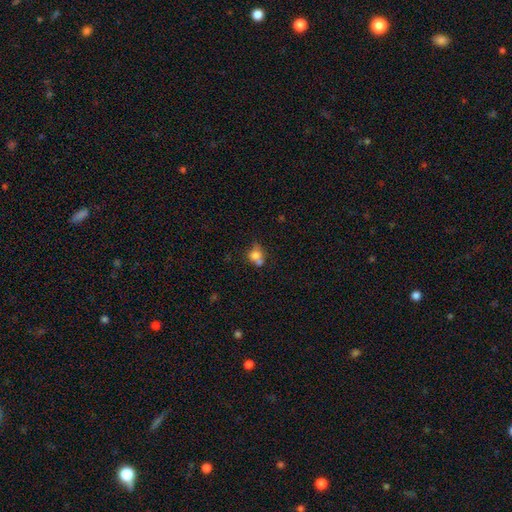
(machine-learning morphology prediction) The model was most divided on "merging": merger: 42%, none: 35%, minor disturbance: 15%, major disturbance: 7%. More confident: smooth or featured — smooth (71%); how rounded — round (57%).